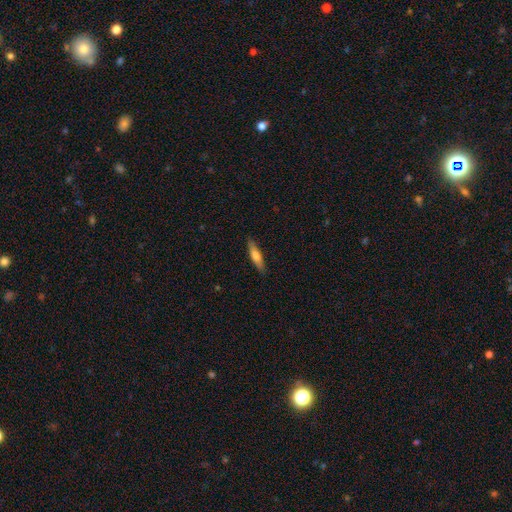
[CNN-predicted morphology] Smooth or featured? Predicted: smooth (p=0.64). How rounded? Predicted: cigar-shaped (p=0.76). Merging? Predicted: none (p=0.88).